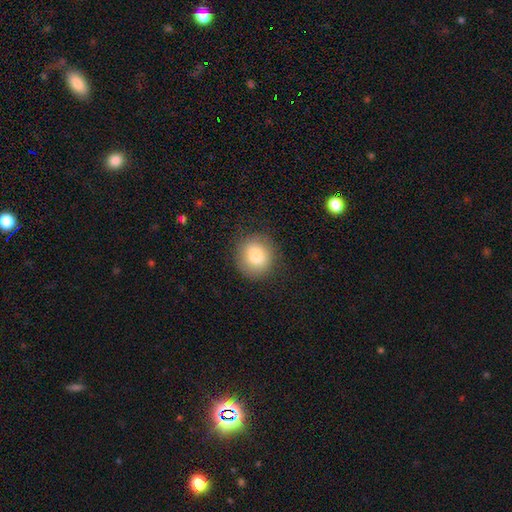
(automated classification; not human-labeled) Smooth or featured: smooth — 82% (star or artifact — 9%)
How rounded: round — 85% (in between — 15%)
Merging: none — 85% (minor disturbance — 10%)